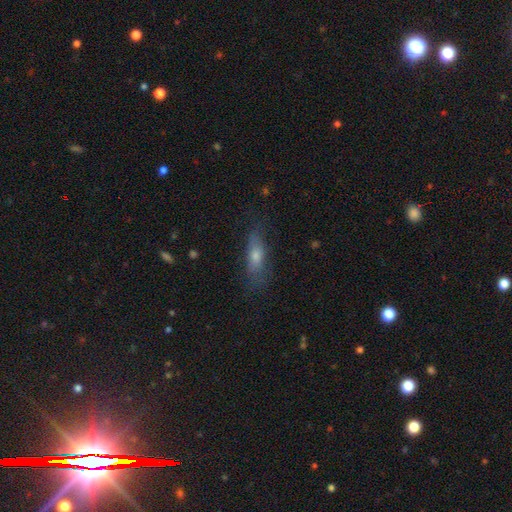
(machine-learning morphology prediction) Q: Smooth or featured?
A: smooth (60%); runner-up: featured or disk (29%)
Q: How rounded?
A: in between (51%); runner-up: cigar-shaped (45%)
Q: Merging?
A: none (71%); runner-up: minor disturbance (20%)